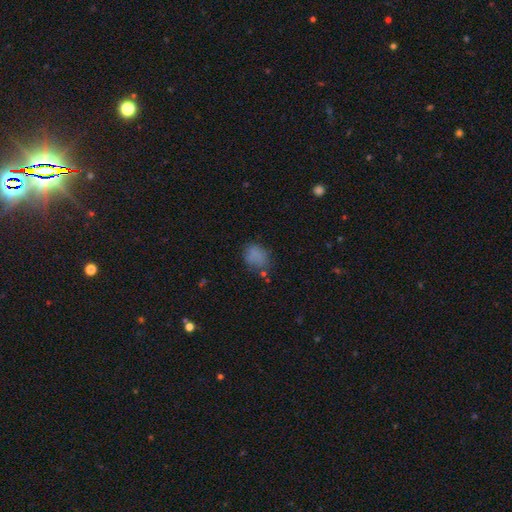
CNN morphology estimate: Q: Smooth or featured?
A: smooth (77%); runner-up: star or artifact (13%)
Q: How rounded?
A: in between (58%); runner-up: round (41%)
Q: Merging?
A: none (62%); runner-up: minor disturbance (23%)